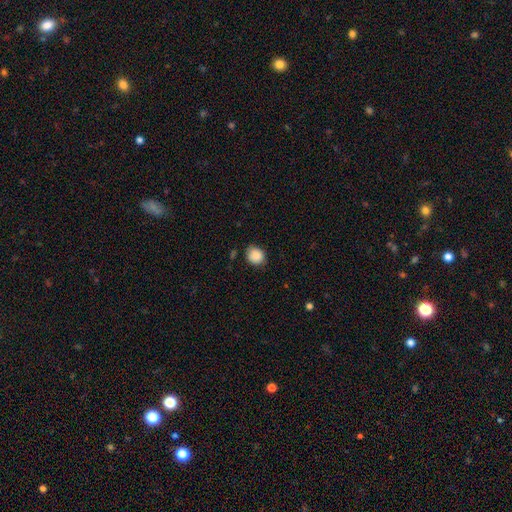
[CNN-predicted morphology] smooth 89%, star or artifact 8%, featured or disk 3%. Down the decision tree: how rounded — round (68%); merging — none (79%).